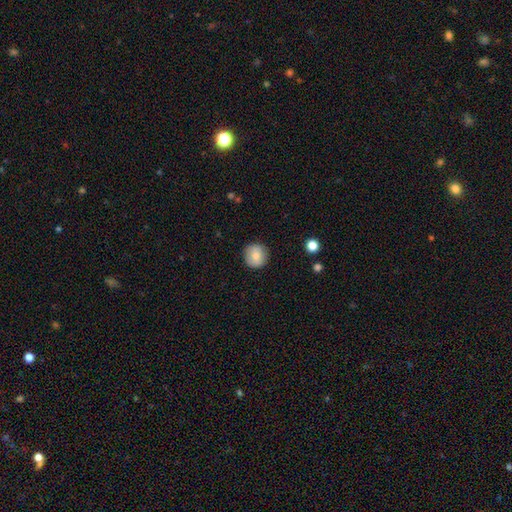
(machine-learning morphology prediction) smooth_or_featured: smooth (p=0.80) [alt: featured or disk p=0.12]
how_rounded: round (p=0.94) [alt: in between p=0.05]
merging: none (p=0.90) [alt: minor disturbance p=0.07]